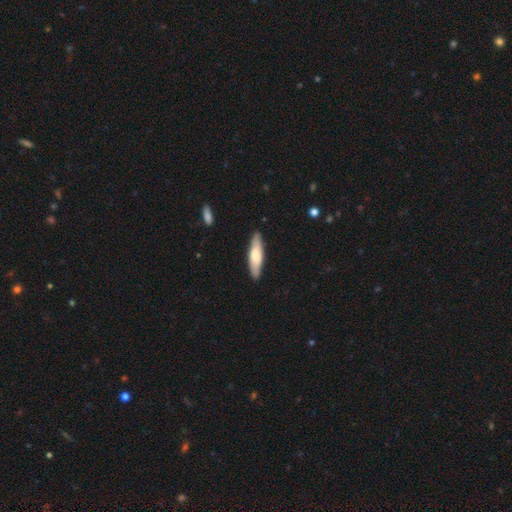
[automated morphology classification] A smooth galaxy with no disk features (63%) that is cigar-shaped (69%). Merging: none (88%).